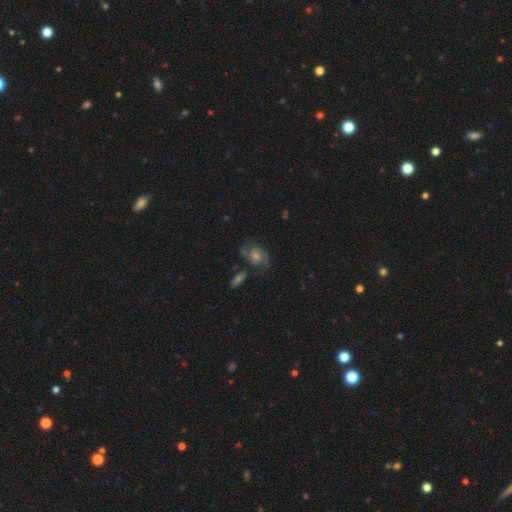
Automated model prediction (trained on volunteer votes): Smooth or featured: featured or disk — 75% (smooth — 13%)
Edge-on disk: no — 97% (yes — 3%)
Bar: no — 69% (weak — 26%)
Spiral arms: yes — 93% (no — 7%)
Spiral winding: medium — 50% (tight — 30%)
Spiral arm count: 2 — 80% (can't tell — 9%)
Bulge size: moderate — 52% (small — 36%)
Merging: none — 63% (minor disturbance — 15%)